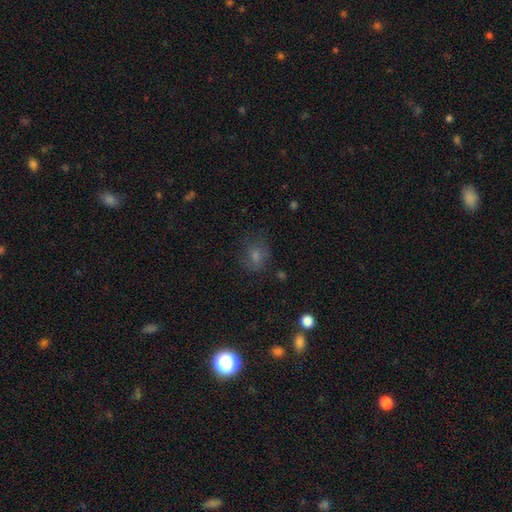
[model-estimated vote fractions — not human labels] A smooth galaxy with no disk features (55%) that is round (62%).

Vote fractions:
- Smooth or featured? smooth: 55% / star or artifact: 29% / featured or disk: 17%
- How rounded? round: 62% / in between: 36% / cigar-shaped: 1%
- Merging? none: 72% / minor disturbance: 17% / major disturbance: 9% / merger: 2%